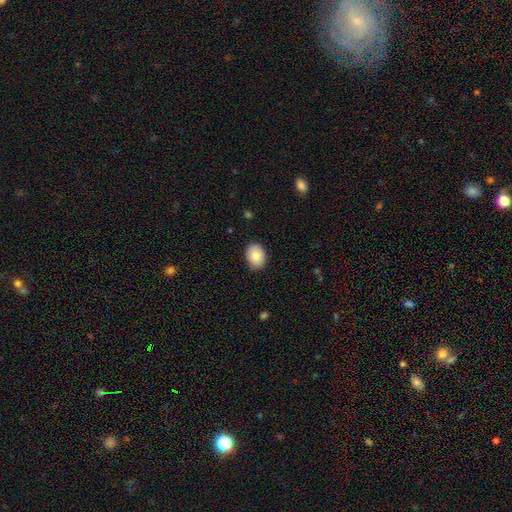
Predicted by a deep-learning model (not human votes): A smooth galaxy with no disk features (82%) that is in between round and cigar-shaped (72%).

Vote fractions:
- Smooth or featured? smooth: 82% / featured or disk: 11% / star or artifact: 7%
- How rounded? in between: 72% / round: 28% / cigar-shaped: 1%
- Merging? none: 87% / minor disturbance: 10% / major disturbance: 2% / merger: 1%